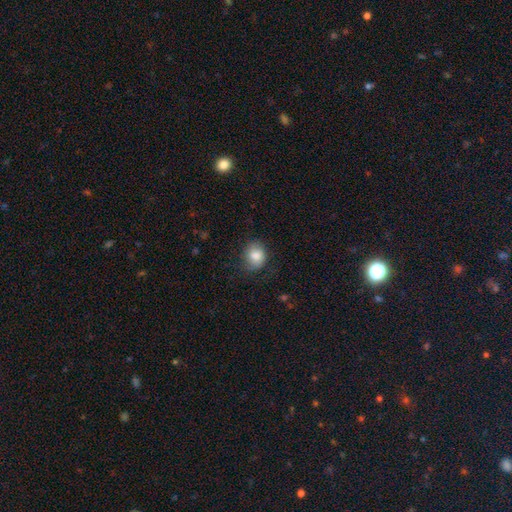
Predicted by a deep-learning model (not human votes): Smooth or featured? Predicted: smooth (p=0.83). How rounded? Predicted: round (p=0.59). Merging? Predicted: none (p=0.70).